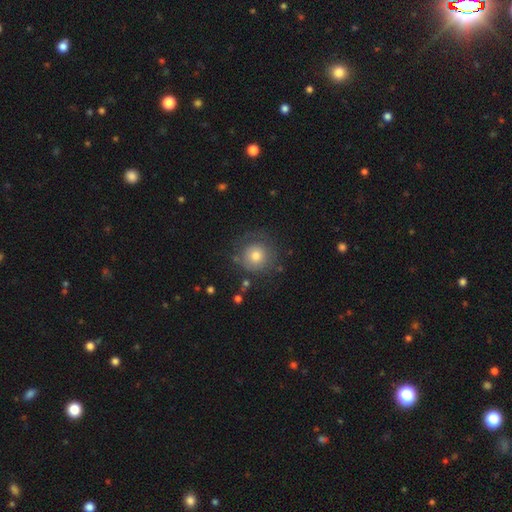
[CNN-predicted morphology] smooth 70%, featured or disk 20%, star or artifact 10%. Down the decision tree: how rounded — round (93%); merging — none (70%).